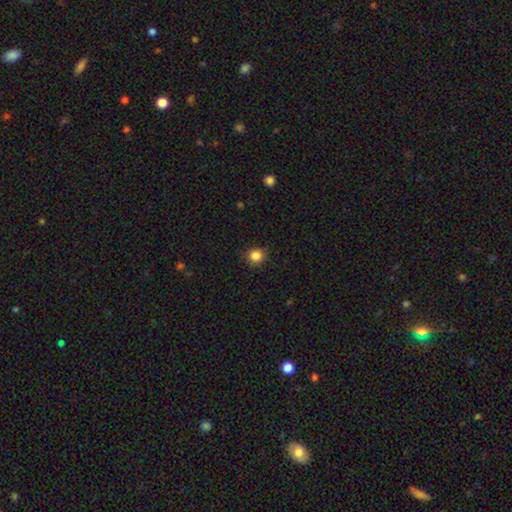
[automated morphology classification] Overall: smooth (85%). How rounded: round (87%). Merging: none (87%).